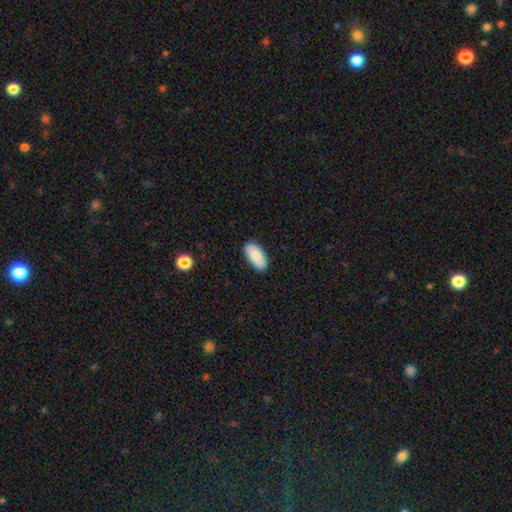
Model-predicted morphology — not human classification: A smooth galaxy with no disk features (80%) that is in between round and cigar-shaped (92%). Merging: none (87%).